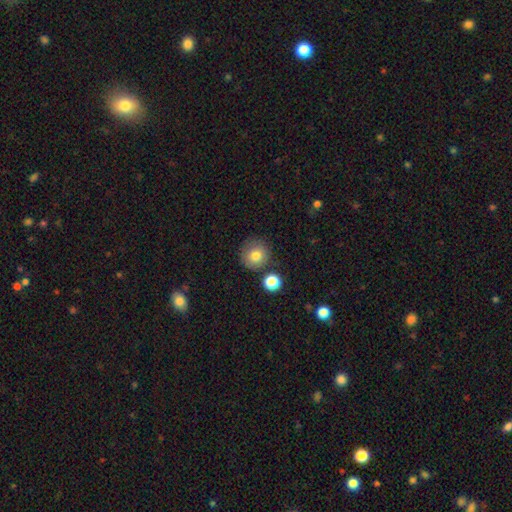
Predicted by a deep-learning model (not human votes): smooth-or-featured: smooth: 80% | star or artifact: 11% | featured or disk: 9%
  how-rounded: round: 93% | in between: 6% | cigar-shaped: 1%
  merging: none: 80% | minor disturbance: 10% | merger: 7% | major disturbance: 3%